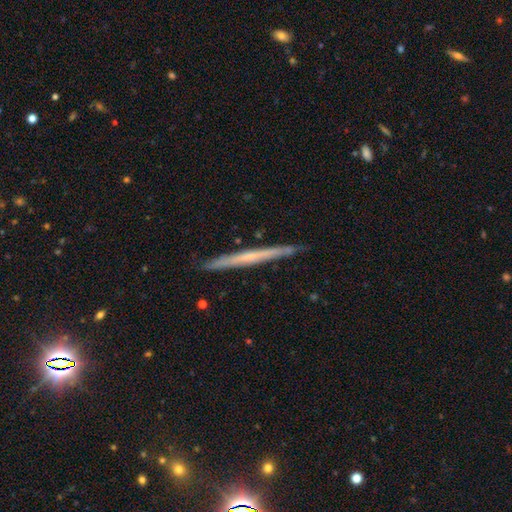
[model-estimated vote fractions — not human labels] The model was most divided on "smooth or featured": featured or disk: 59%, smooth: 34%, star or artifact: 7%. More confident: edge-on disk — yes (98%); merging — none (91%); edge-on bulge — none (78%).